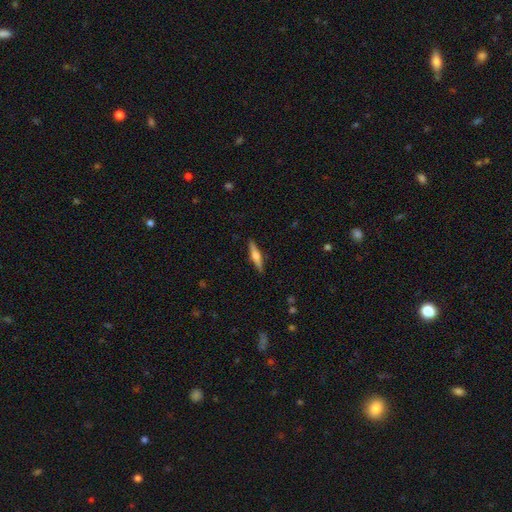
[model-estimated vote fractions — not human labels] Smooth or featured?
  - featured or disk: 61% *
  - smooth: 33%
  - star or artifact: 6%
Edge-on disk?
  - yes: 97% *
  - no: 3%
Edge-on bulge?
  - rounded: 86% *
  - boxy: 9%
  - none: 5%
Merging?
  - none: 90% *
  - minor disturbance: 7%
  - major disturbance: 2%
  - merger: 1%